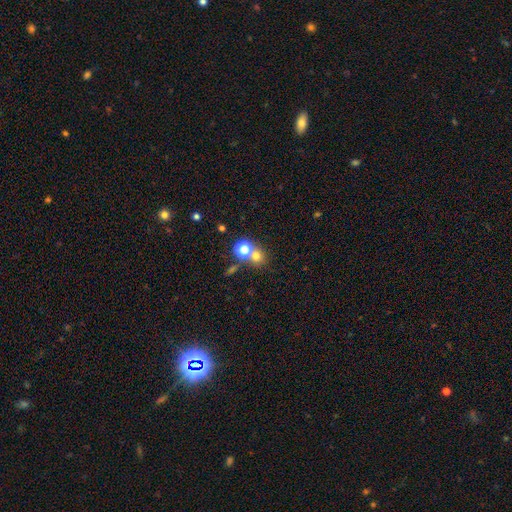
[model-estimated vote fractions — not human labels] A smooth galaxy with no disk features (70%) that is round (84%).

Vote fractions:
- Smooth or featured? smooth: 70% / star or artifact: 19% / featured or disk: 11%
- How rounded? round: 84% / in between: 15% / cigar-shaped: 1%
- Merging? none: 50% / merger: 40% / minor disturbance: 6% / major disturbance: 4%